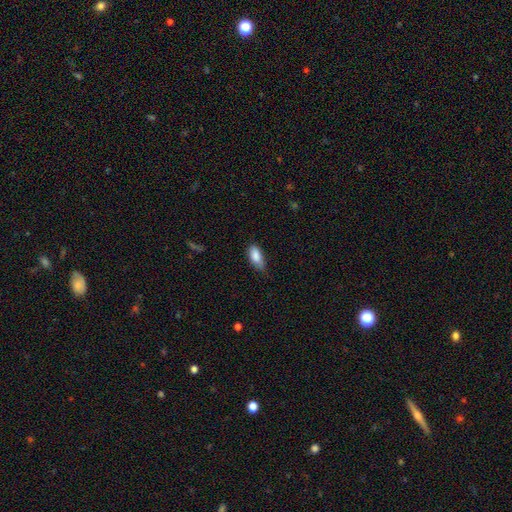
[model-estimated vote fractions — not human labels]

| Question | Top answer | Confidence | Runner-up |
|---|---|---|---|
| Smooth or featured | smooth | 85% | star or artifact (7%) |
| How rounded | in between | 86% | cigar-shaped (11%) |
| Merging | none | 52% | minor disturbance (39%) |